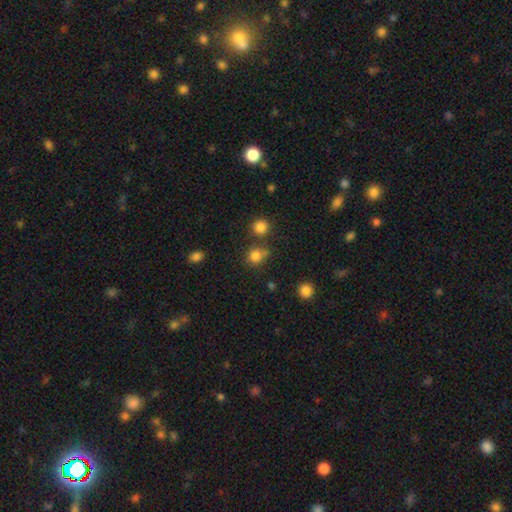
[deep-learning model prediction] Overall: smooth (81%). How rounded: round (83%). Merging: none (66%).